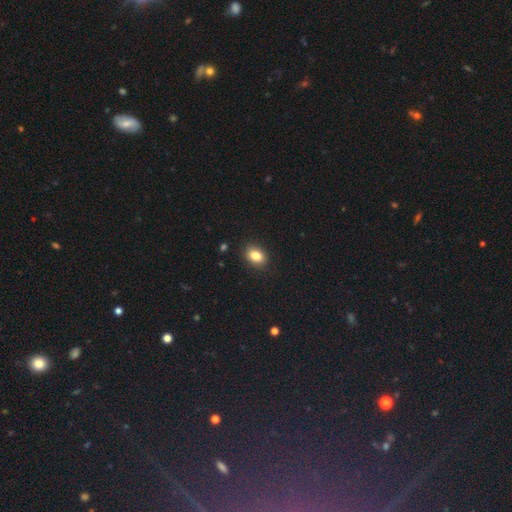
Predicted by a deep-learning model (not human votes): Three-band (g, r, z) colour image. It shows a smooth galaxy with no disk features (83%) that is in between round and cigar-shaped (71%). Merging: none (89%).